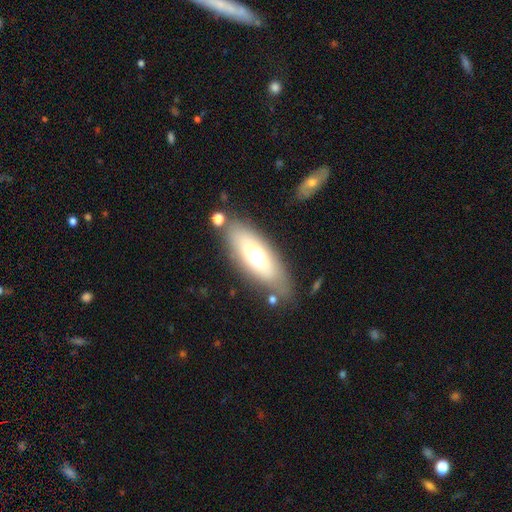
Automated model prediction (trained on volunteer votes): Smooth or featured? smooth (61%)
How rounded? in between (69%)
Merging? none (76%)